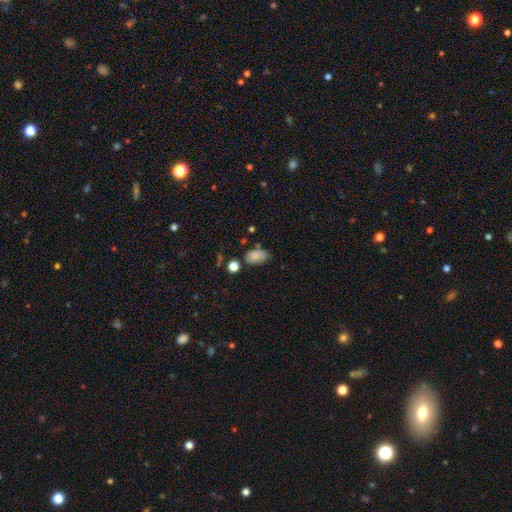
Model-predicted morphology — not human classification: Q: Smooth or featured?
A: smooth (83%); runner-up: star or artifact (10%)
Q: How rounded?
A: in between (91%); runner-up: round (7%)
Q: Merging?
A: none (66%); runner-up: minor disturbance (22%)